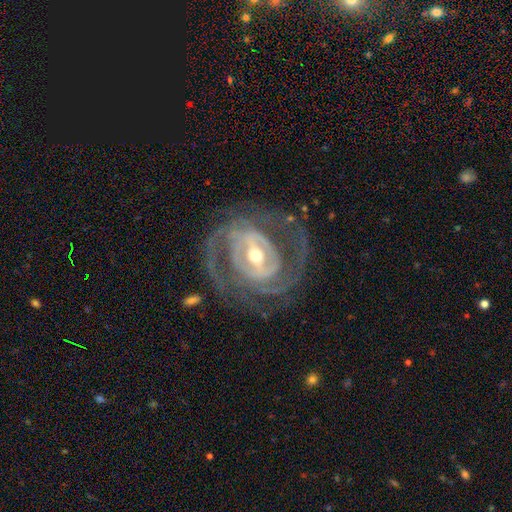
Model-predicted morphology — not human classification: smooth_or_featured: featured or disk (p=0.90) [alt: star or artifact p=0.05]
disk_edge_on: no (p=0.96) [alt: yes p=0.04]
bar: strong (p=0.54) [alt: weak p=0.32]
has_spiral_arms: yes (p=0.95) [alt: no p=0.05]
spiral_winding: tight (p=0.61) [alt: medium p=0.33]
spiral_arm_count: 2 (p=0.54) [alt: 3 p=0.18]
bulge_size: moderate (p=0.61) [alt: small p=0.29]
merging: none (p=0.73) [alt: minor disturbance p=0.14]